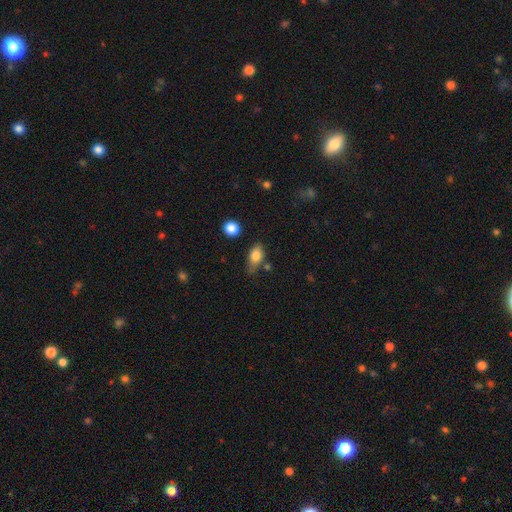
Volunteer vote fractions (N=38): smooth-or-featured: smooth: 89% | featured or disk: 8% | star or artifact: 3%
  how-rounded: in between: 82% | round: 15% | cigar-shaped: 3%
  merging: minor disturbance: 41% | none: 35% | major disturbance: 16% | merger: 8%